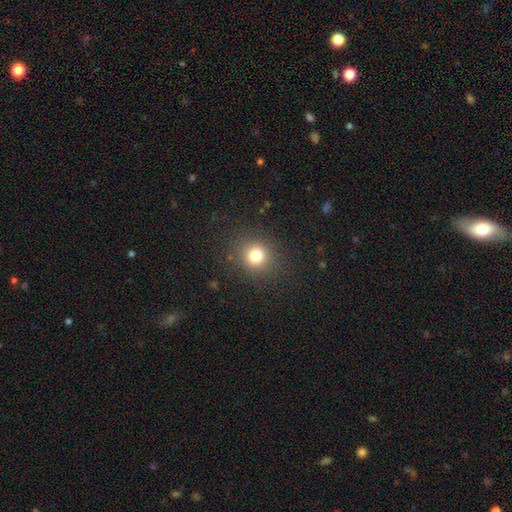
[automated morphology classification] Q: Smooth or featured?
A: smooth (78%); runner-up: star or artifact (15%)
Q: How rounded?
A: round (88%); runner-up: in between (11%)
Q: Merging?
A: none (88%); runner-up: minor disturbance (7%)